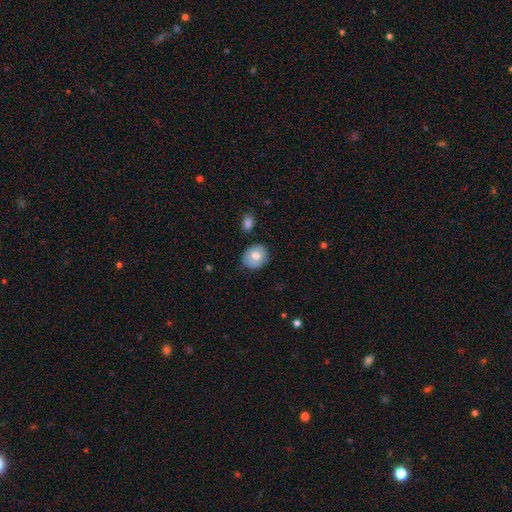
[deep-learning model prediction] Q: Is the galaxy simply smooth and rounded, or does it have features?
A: smooth — 70%.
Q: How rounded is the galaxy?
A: round — 76%.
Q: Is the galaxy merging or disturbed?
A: none — 81%.